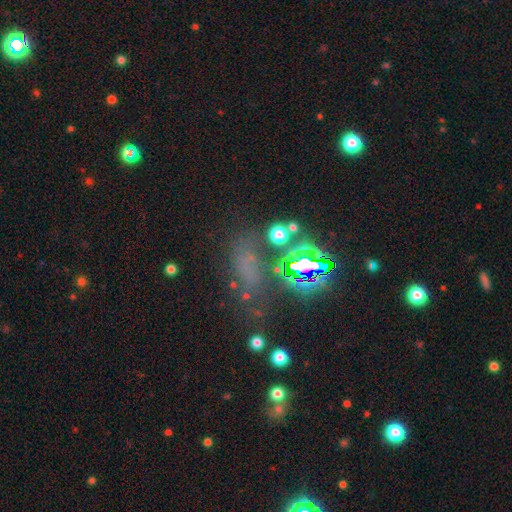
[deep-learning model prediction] Morphology: type=star or artifact (67%).